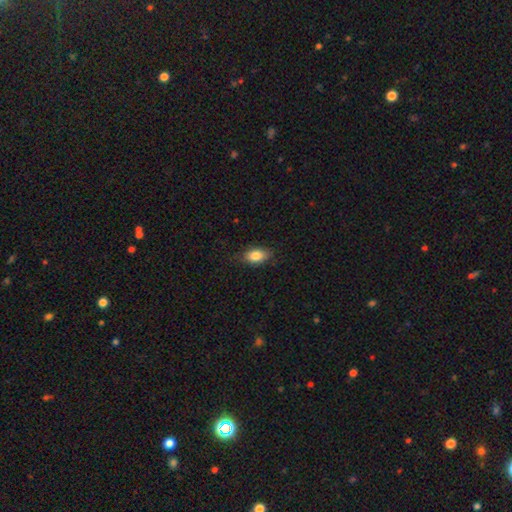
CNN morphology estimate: Smooth or featured? smooth (83%)
How rounded? in between (86%)
Merging? none (80%)